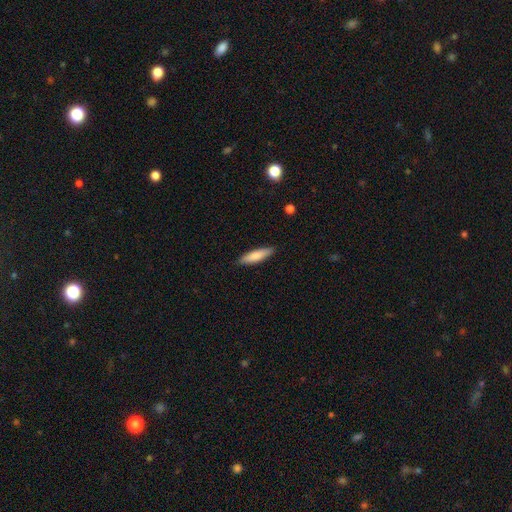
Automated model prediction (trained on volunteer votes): Q: Smooth or featured?
A: smooth (80%); runner-up: featured or disk (14%)
Q: How rounded?
A: cigar-shaped (73%); runner-up: in between (26%)
Q: Merging?
A: none (89%); runner-up: minor disturbance (8%)